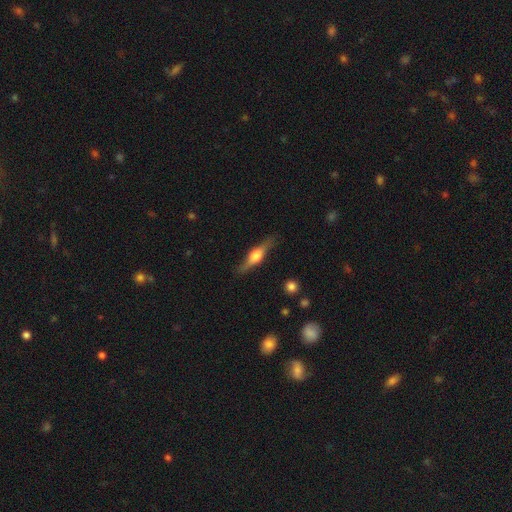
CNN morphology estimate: A featured or disk galaxy (68%) viewed edge-on (96%) with a rounded central bulge (91%).

Vote fractions:
- Smooth or featured? featured or disk: 68% / smooth: 26% / star or artifact: 6%
- Edge-on disk? yes: 96% / no: 4%
- Edge-on bulge? rounded: 91% / boxy: 7% / none: 2%
- Merging? none: 85% / minor disturbance: 11% / major disturbance: 3% / merger: 1%